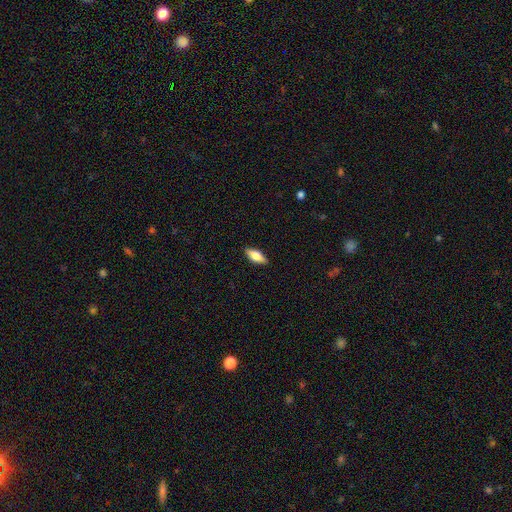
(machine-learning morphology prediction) A smooth galaxy with no disk features (63%) that is in between round and cigar-shaped (75%). Merging: none (88%).